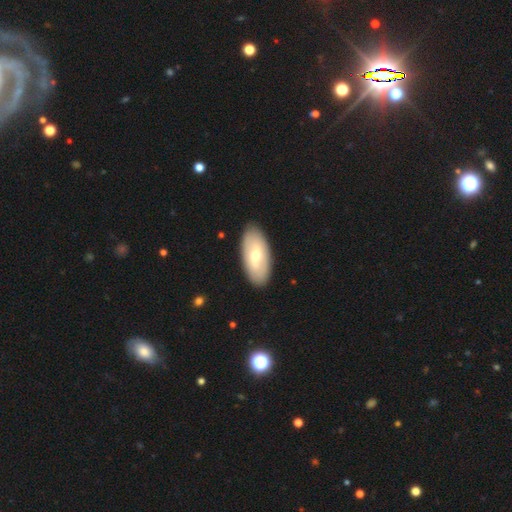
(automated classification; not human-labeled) Overall: smooth (48%; featured or disk 47%). Merging: none (88%).